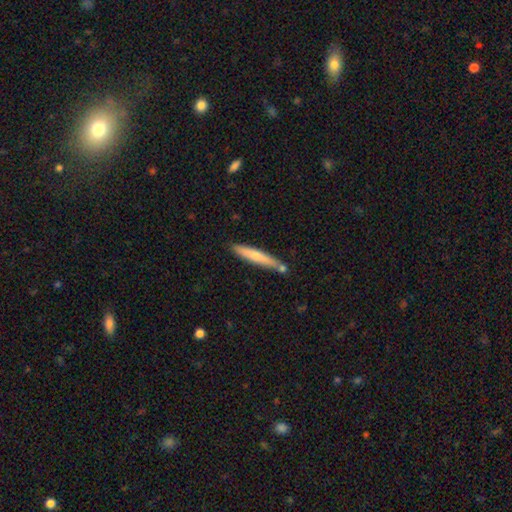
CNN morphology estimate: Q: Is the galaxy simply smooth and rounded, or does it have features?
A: smooth — 61%.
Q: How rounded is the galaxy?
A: cigar-shaped — 94%.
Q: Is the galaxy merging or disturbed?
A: none — 75%.